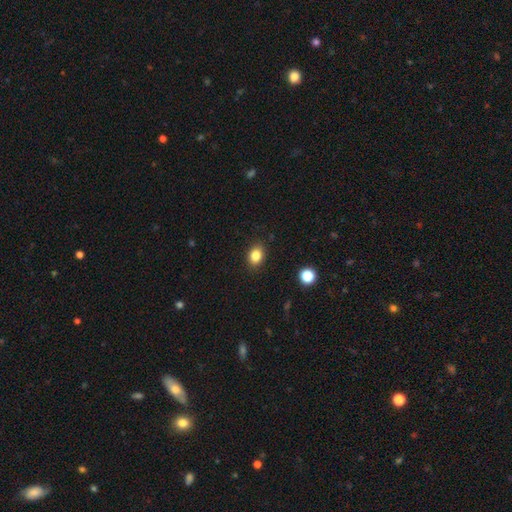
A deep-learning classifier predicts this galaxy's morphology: Q: Smooth or featured?
A: smooth (84%); runner-up: star or artifact (10%)
Q: How rounded?
A: in between (65%); runner-up: round (33%)
Q: Merging?
A: none (88%); runner-up: minor disturbance (9%)